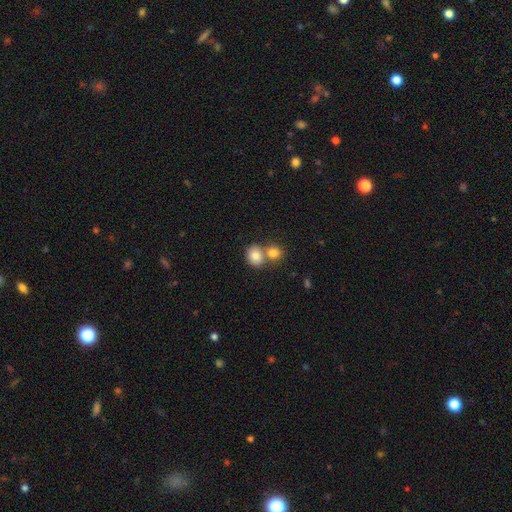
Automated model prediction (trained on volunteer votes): Q: Smooth or featured?
A: smooth (81%); runner-up: featured or disk (9%)
Q: How rounded?
A: round (61%); runner-up: in between (38%)
Q: Merging?
A: merger (47%); runner-up: none (43%)